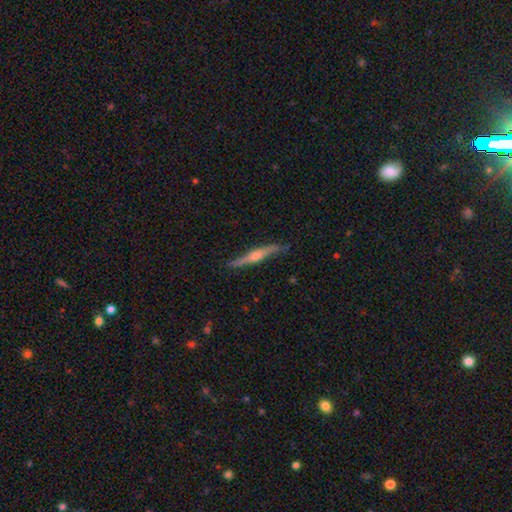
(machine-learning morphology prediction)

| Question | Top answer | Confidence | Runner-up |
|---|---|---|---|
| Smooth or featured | featured or disk | 75% | smooth (20%) |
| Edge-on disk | yes | 96% | no (4%) |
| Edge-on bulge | rounded | 87% | none (7%) |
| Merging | none | 84% | minor disturbance (12%) |